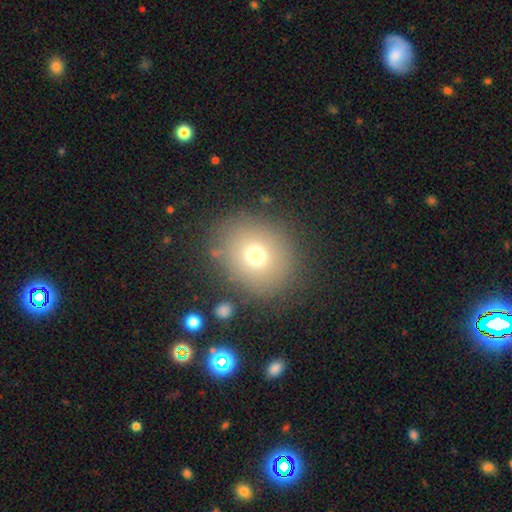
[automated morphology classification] type=smooth (71%); roundness=round (77%); merging=none (84%).